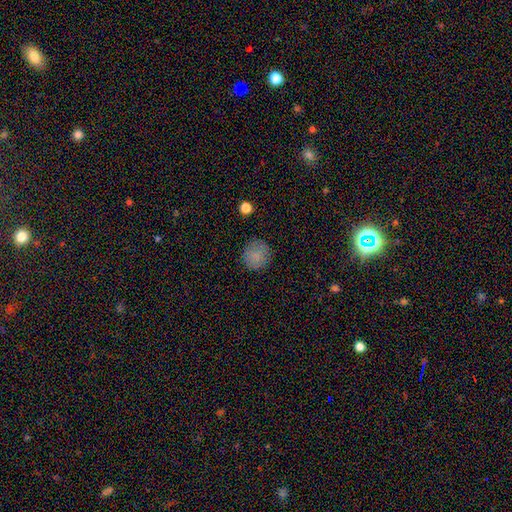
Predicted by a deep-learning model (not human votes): The model was most divided on "smooth or featured": smooth: 82%, star or artifact: 11%, featured or disk: 6%. More confident: how rounded — round (91%); merging — none (85%).